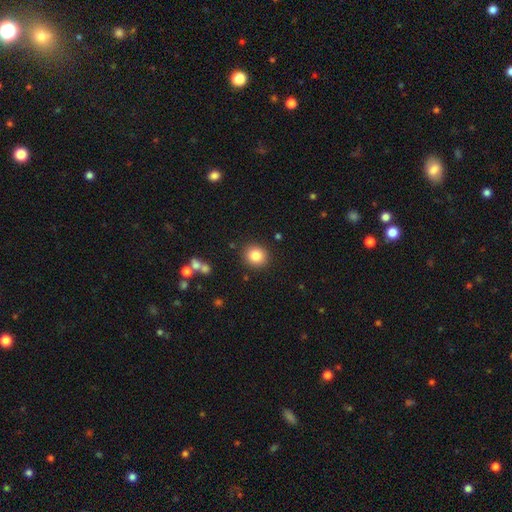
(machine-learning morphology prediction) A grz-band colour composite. It shows a smooth galaxy with no disk features (84%) that is round (86%). Merging: none (89%).